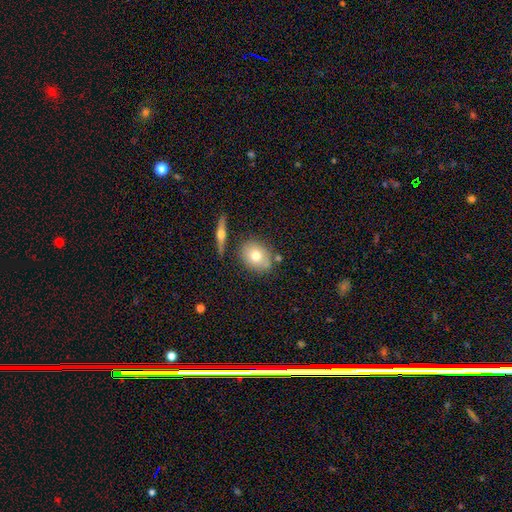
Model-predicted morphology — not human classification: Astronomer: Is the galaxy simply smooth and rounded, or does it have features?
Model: smooth — 72%.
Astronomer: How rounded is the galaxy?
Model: in between — 53% (runner-up: round, 45%).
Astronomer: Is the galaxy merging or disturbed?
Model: none — 74%.